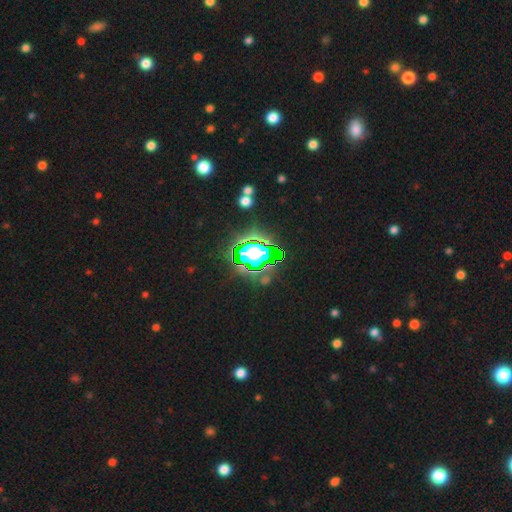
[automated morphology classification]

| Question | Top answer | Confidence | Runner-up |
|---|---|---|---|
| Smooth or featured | star or artifact | 79% | smooth (13%) |